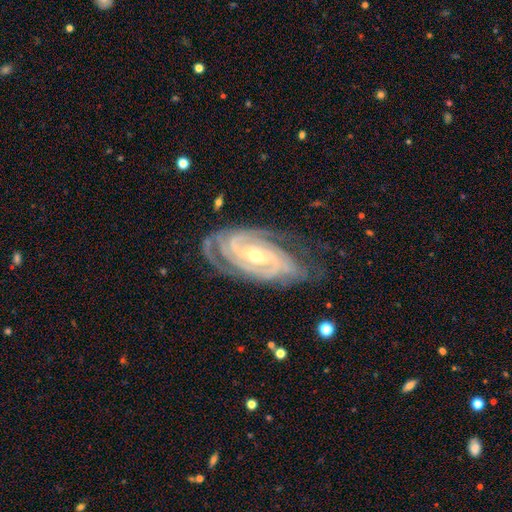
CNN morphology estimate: Smooth or featured?
  - featured or disk: 92% *
  - star or artifact: 5%
  - smooth: 3%
Edge-on disk?
  - no: 96% *
  - yes: 4%
Bar?
  - weak: 35% *
  - no: 34%
  - strong: 31%
Spiral arms?
  - yes: 98% *
  - no: 2%
Spiral winding?
  - tight: 77% *
  - medium: 20%
  - loose: 3%
Spiral arm count?
  - 3: 29% *
  - 4: 23%
  - 2: 19%
  - can't tell: 15%
  - more than 4: 8%
  - 1: 6%
Bulge size?
  - small: 53% *
  - moderate: 45%
  - large: 1%
  - none: 1%
  - dominant: 1%
Merging?
  - none: 74% *
  - minor disturbance: 18%
  - major disturbance: 7%
  - merger: 1%